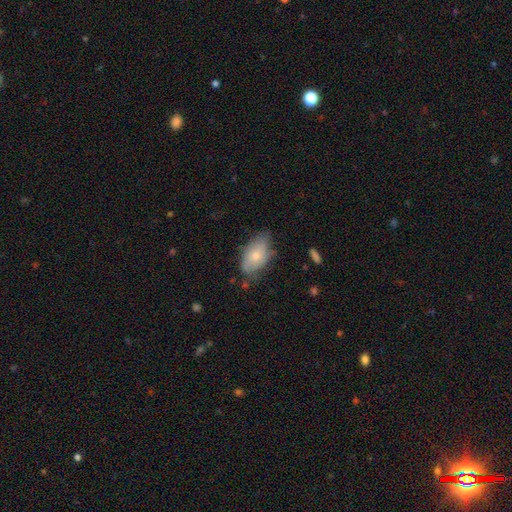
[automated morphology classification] smooth_or_featured: smooth (p=0.71) [alt: featured or disk p=0.22]
how_rounded: in between (p=0.92) [alt: round p=0.05]
merging: none (p=0.59) [alt: minor disturbance p=0.32]